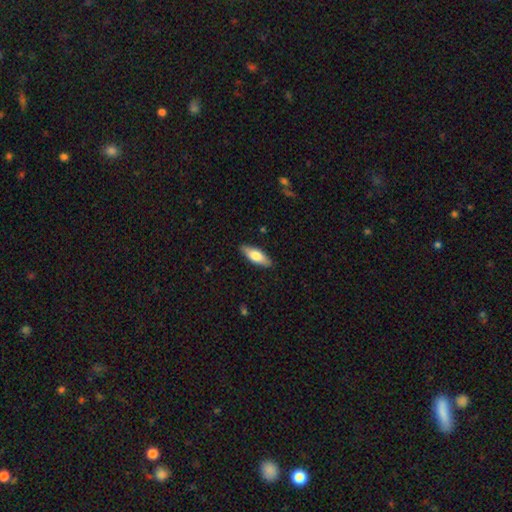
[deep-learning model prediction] The model was most divided on "how rounded": in between: 66%, cigar-shaped: 32%, round: 2%. More confident: merging — none (88%); smooth or featured — smooth (70%).